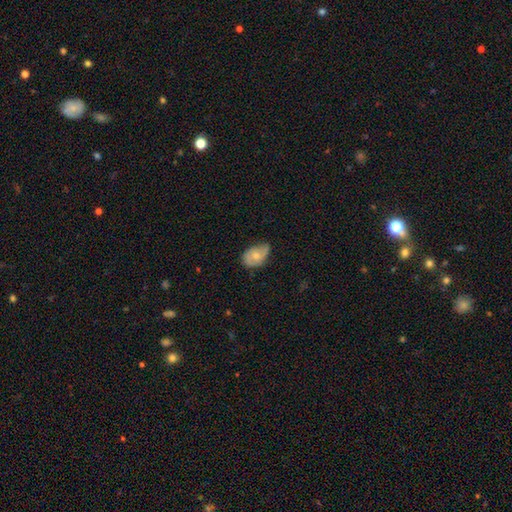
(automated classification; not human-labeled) Smooth or featured: smooth — 55% (featured or disk — 39%)
How rounded: in between — 85% (round — 13%)
Merging: none — 51% (minor disturbance — 38%)